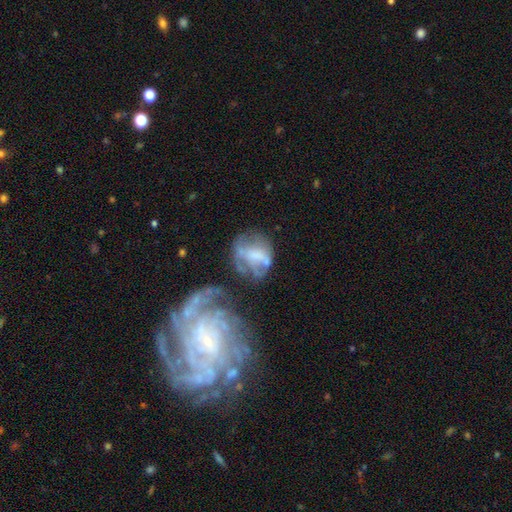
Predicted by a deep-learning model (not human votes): A featured or disk galaxy (57%) with no bar (62%), no spiral arms (64%) and no central bulge (42%). Merging: none (35%).